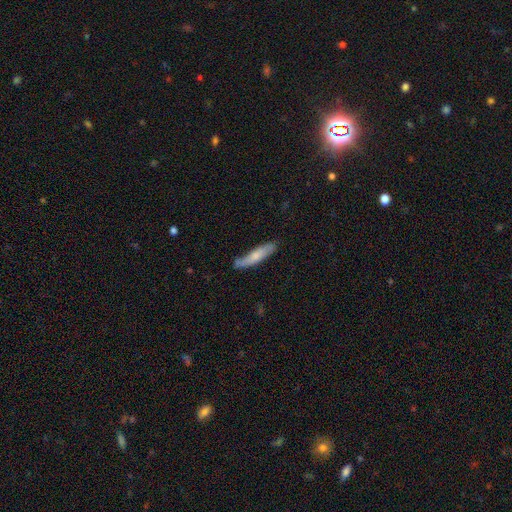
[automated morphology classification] A smooth galaxy with no disk features (66%) that is cigar-shaped (83%).

Vote fractions:
- Smooth or featured? smooth: 66% / featured or disk: 28% / star or artifact: 5%
- How rounded? cigar-shaped: 83% / in between: 16% / round: 1%
- Merging? none: 72% / minor disturbance: 21% / major disturbance: 4% / merger: 3%